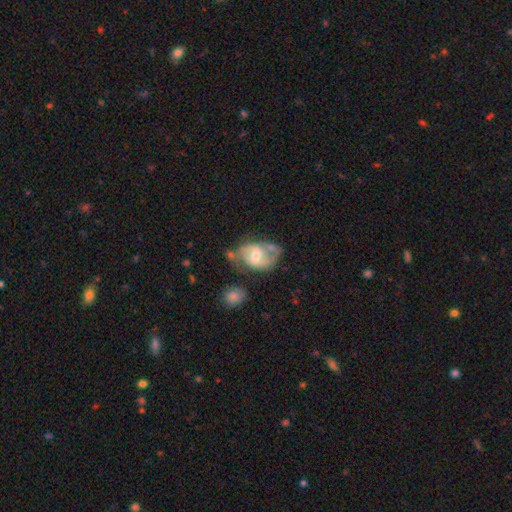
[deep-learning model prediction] Q: Smooth or featured?
A: featured or disk (75%); runner-up: smooth (19%)
Q: Edge-on disk?
A: no (97%); runner-up: yes (3%)
Q: Bar?
A: weak (52%); runner-up: no (30%)
Q: Spiral arms?
A: yes (86%); runner-up: no (14%)
Q: Spiral winding?
A: medium (52%); runner-up: loose (29%)
Q: Spiral arm count?
A: 2 (85%); runner-up: can't tell (8%)
Q: Bulge size?
A: moderate (59%); runner-up: small (32%)
Q: Merging?
A: none (52%); runner-up: minor disturbance (24%)